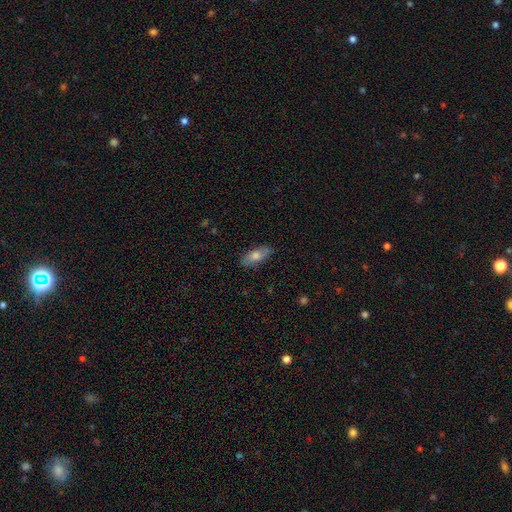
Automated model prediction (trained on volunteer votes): The model was most divided on "smooth or featured": smooth: 72%, featured or disk: 21%, star or artifact: 7%. More confident: merging — none (86%); how rounded — in between (77%).